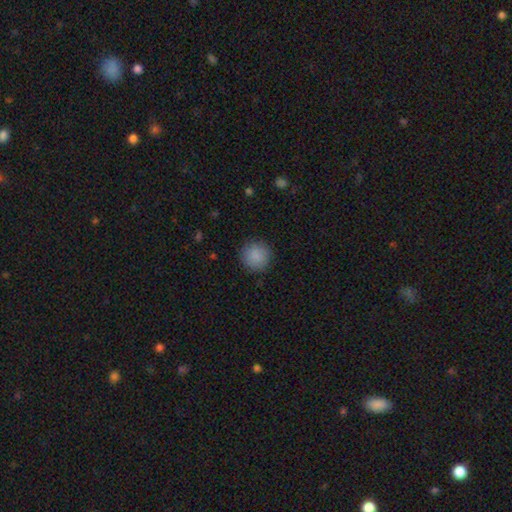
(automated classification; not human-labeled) Q: Smooth or featured?
A: smooth (89%); runner-up: star or artifact (8%)
Q: How rounded?
A: round (94%); runner-up: in between (5%)
Q: Merging?
A: none (90%); runner-up: minor disturbance (7%)